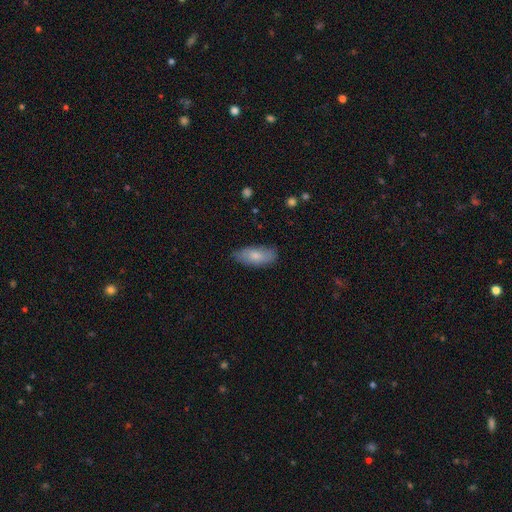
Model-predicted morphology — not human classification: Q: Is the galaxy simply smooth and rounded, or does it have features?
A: smooth — 76%.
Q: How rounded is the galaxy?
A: in between — 82%.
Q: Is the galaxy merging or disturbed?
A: none — 80%.